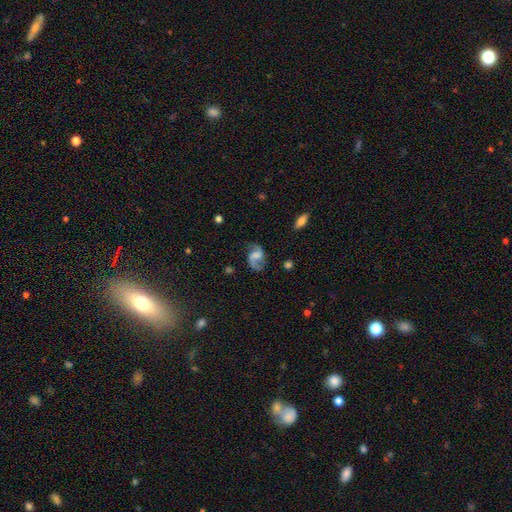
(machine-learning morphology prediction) smooth-or-featured: featured or disk: 85% | smooth: 9% | star or artifact: 6%
  disk-edge-on: no: 98% | yes: 2%
    bar: weak: 46% | no: 44% | strong: 10%
    has-spiral-arms: yes: 97% | no: 3%
      spiral-winding: loose: 52% | medium: 40% | tight: 9%
      spiral-arm-count: 2: 90% | 1: 4% | can't tell: 2% | 3: 1% | 4: 1% | more than 4: 1%
    bulge-size: moderate: 31% | none: 30% | small: 28% | large: 9% | dominant: 2%
  merging: none: 74% | minor disturbance: 16% | major disturbance: 8% | merger: 2%